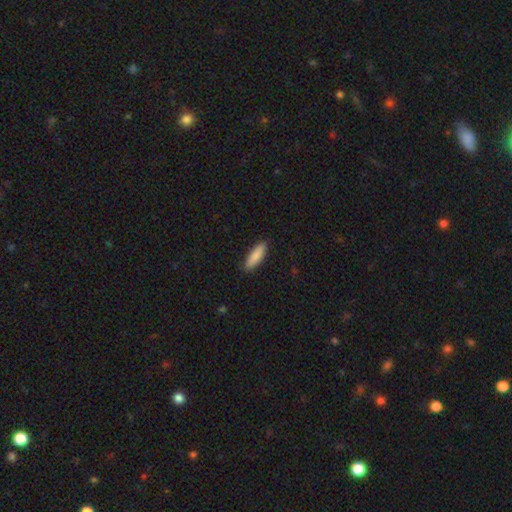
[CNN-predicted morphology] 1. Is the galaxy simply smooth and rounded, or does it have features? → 86% smooth, 8% featured or disk, 6% star or artifact.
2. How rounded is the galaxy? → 66% cigar-shaped, 33% in between, 2% round.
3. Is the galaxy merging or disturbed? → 89% none, 8% minor disturbance, 2% major disturbance, 1% merger.